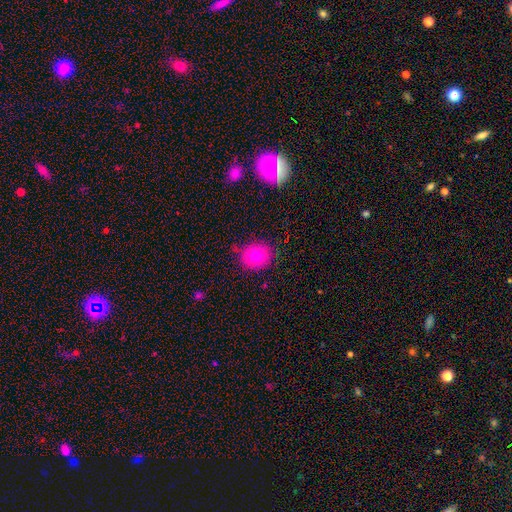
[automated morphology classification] Smooth or featured: smooth — 75% (star or artifact — 13%)
How rounded: round — 72% (in between — 27%)
Merging: none — 77% (minor disturbance — 16%)